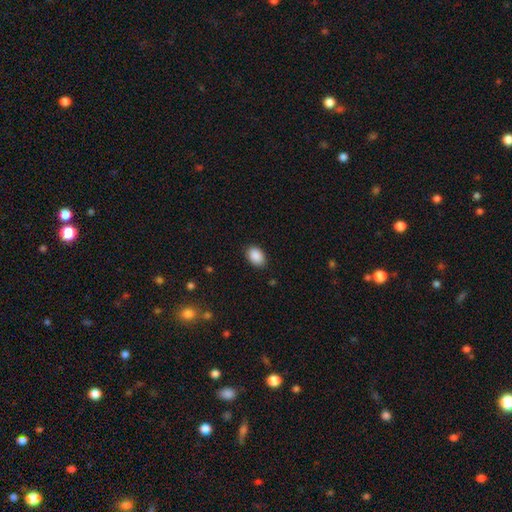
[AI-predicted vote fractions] This appears to be a smooth galaxy with no disk features (90%) that is in between round and cigar-shaped (85%). Merging: none (86%).